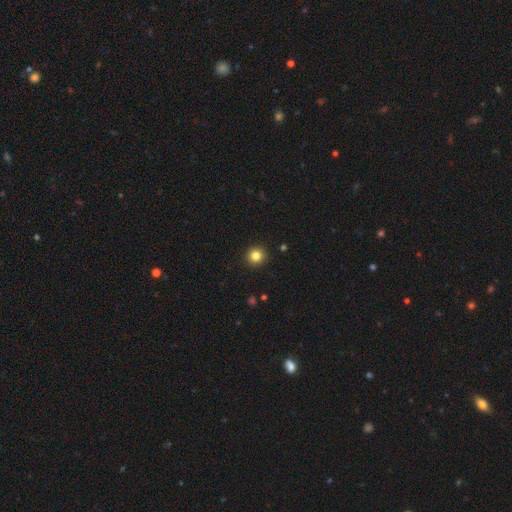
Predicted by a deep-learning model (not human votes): smooth-or-featured: smooth: 83% | star or artifact: 12% | featured or disk: 5%
  how-rounded: round: 94% | in between: 5% | cigar-shaped: 1%
  merging: none: 93% | minor disturbance: 4% | major disturbance: 2% | merger: 1%